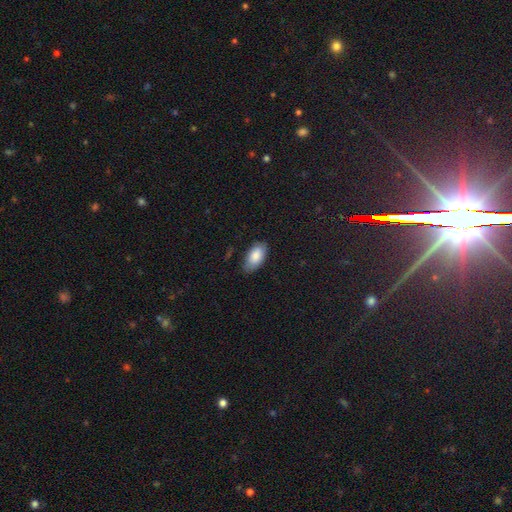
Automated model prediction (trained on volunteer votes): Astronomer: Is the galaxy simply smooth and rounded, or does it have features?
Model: smooth — 86%.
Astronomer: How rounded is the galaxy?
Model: in between — 94%.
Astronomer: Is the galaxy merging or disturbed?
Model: none — 77%.